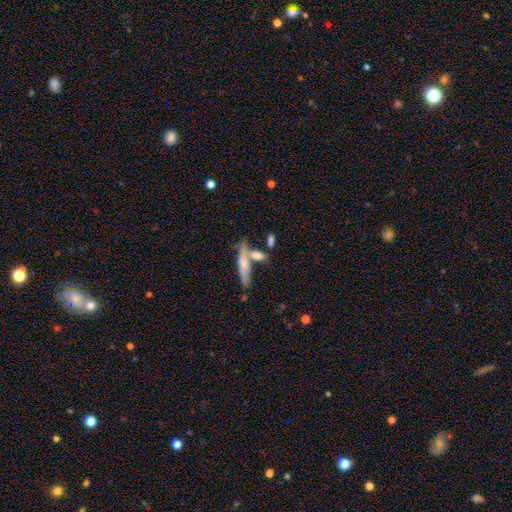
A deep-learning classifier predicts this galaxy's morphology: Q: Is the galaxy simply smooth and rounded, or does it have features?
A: smooth — 53%.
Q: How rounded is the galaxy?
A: cigar-shaped — 73%.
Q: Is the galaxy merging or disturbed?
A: none — 46%.